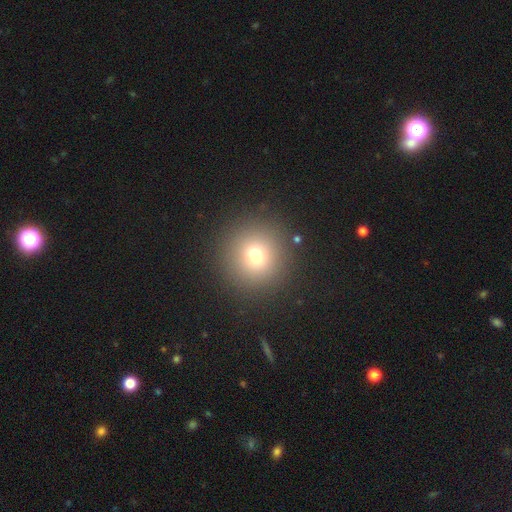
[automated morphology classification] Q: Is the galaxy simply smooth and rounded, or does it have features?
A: smooth — 72%.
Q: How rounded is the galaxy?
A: round — 95%.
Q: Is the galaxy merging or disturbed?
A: none — 89%.